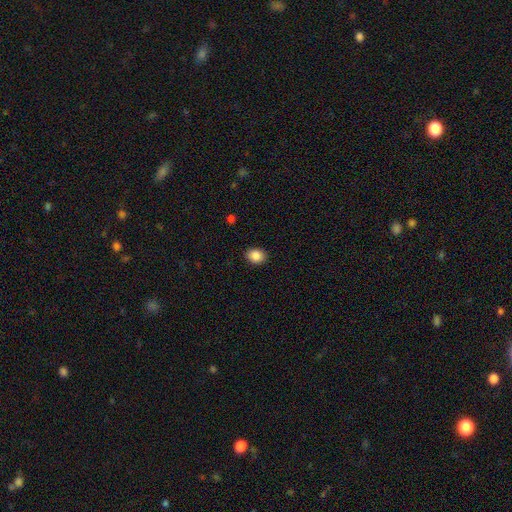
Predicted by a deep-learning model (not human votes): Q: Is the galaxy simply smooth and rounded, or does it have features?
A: smooth — 87%.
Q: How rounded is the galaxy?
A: in between — 59%.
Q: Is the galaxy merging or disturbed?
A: none — 90%.